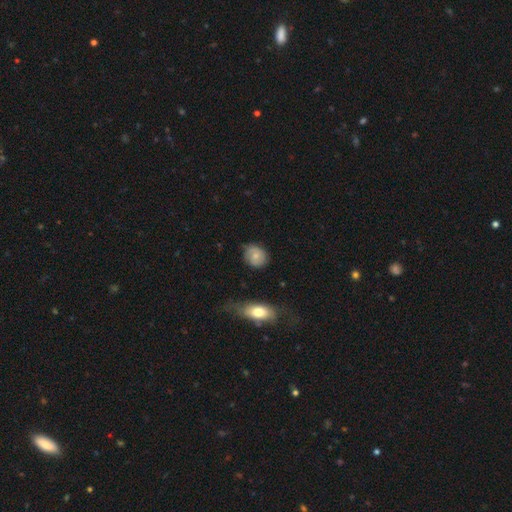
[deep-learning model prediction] Morphology: type=smooth (61%); roundness=round (64%); merging=none (66%).